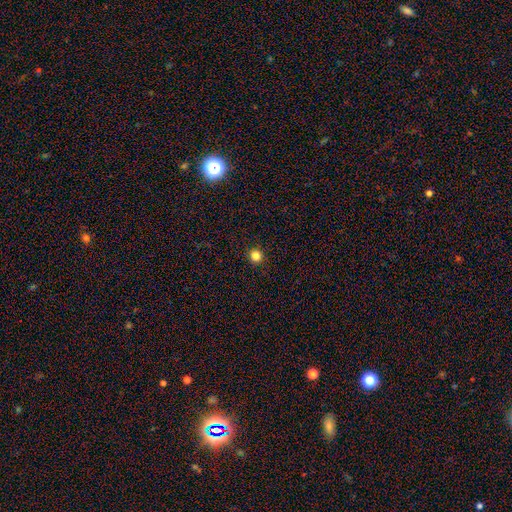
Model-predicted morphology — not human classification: Q: Smooth or featured?
A: smooth (83%); runner-up: star or artifact (13%)
Q: How rounded?
A: round (94%); runner-up: in between (5%)
Q: Merging?
A: none (93%); runner-up: minor disturbance (4%)